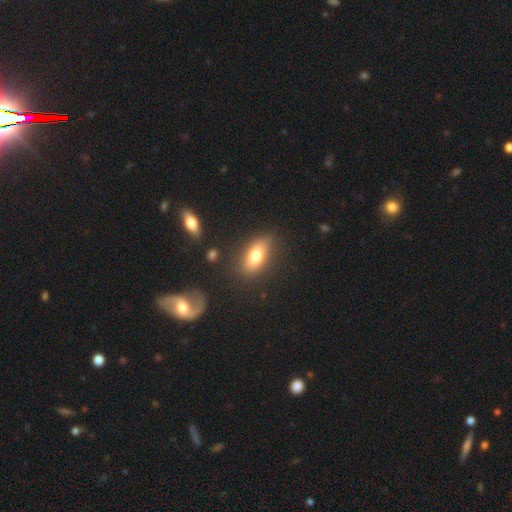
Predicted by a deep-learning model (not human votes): smooth-or-featured: smooth: 75% | featured or disk: 17% | star or artifact: 8%
  how-rounded: in between: 81% | cigar-shaped: 13% | round: 6%
  merging: none: 78% | minor disturbance: 15% | major disturbance: 4% | merger: 3%